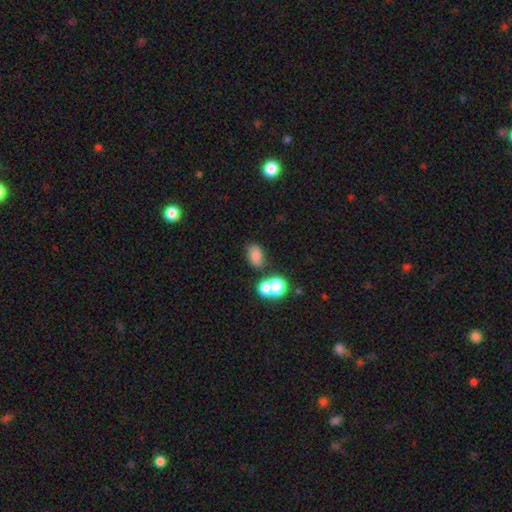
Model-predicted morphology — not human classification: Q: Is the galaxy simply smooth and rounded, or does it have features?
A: smooth — 77%.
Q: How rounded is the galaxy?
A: in between — 79%.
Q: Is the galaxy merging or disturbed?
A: none — 61%.